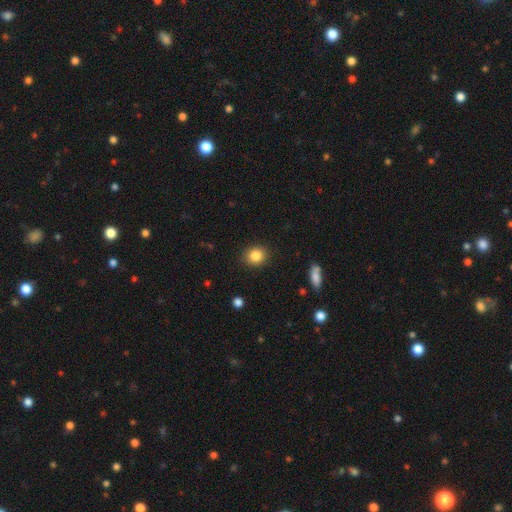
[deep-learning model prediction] smooth 85%, star or artifact 10%, featured or disk 5%. Down the decision tree: how rounded — round (76%); merging — none (89%).